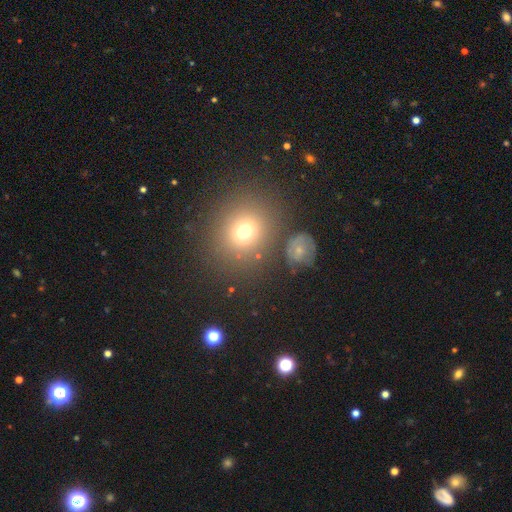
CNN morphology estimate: Overall: smooth (58%; star or artifact 28%). How rounded: round (79%). Merging: none (80%).